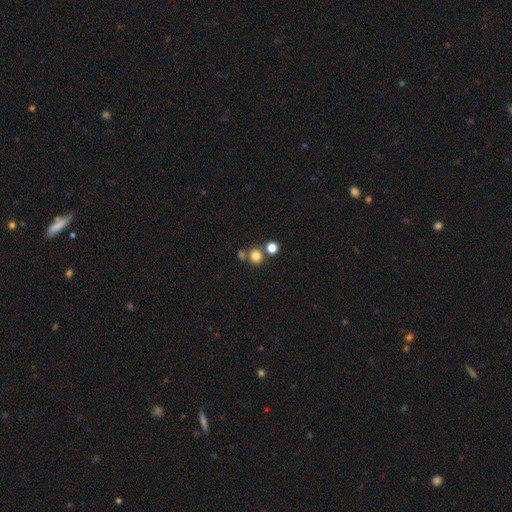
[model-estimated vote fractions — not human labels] Smooth or featured: smooth — 78% (star or artifact — 14%)
How rounded: round — 89% (in between — 10%)
Merging: none — 66% (merger — 23%)